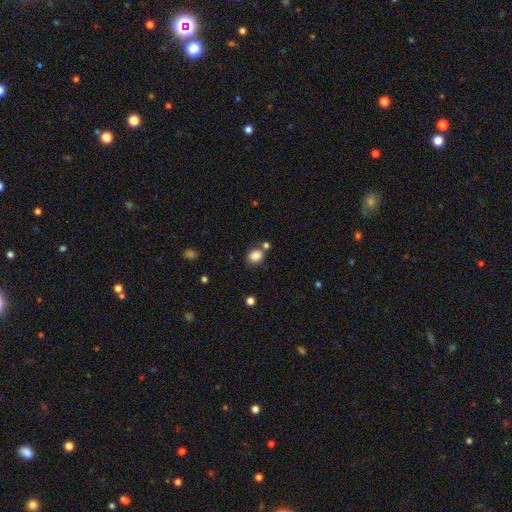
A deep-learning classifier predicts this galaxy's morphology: Smooth or featured?
  - smooth: 85% *
  - star or artifact: 10%
  - featured or disk: 5%
How rounded?
  - round: 69% *
  - in between: 30%
  - cigar-shaped: 1%
Merging?
  - none: 68% *
  - merger: 14%
  - minor disturbance: 14%
  - major disturbance: 5%